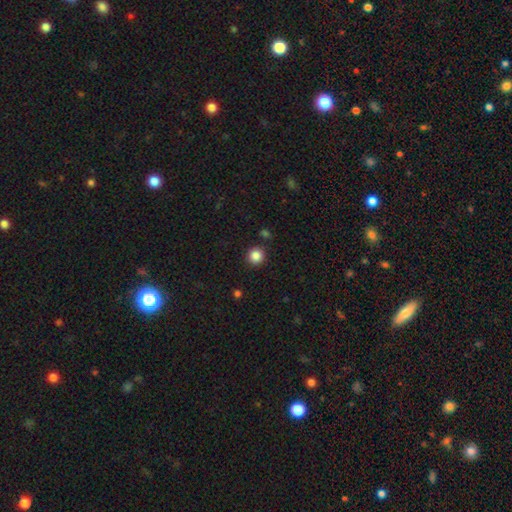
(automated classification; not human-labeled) This appears to be a smooth galaxy with no disk features (86%) that is round (93%). Merging: none (89%).